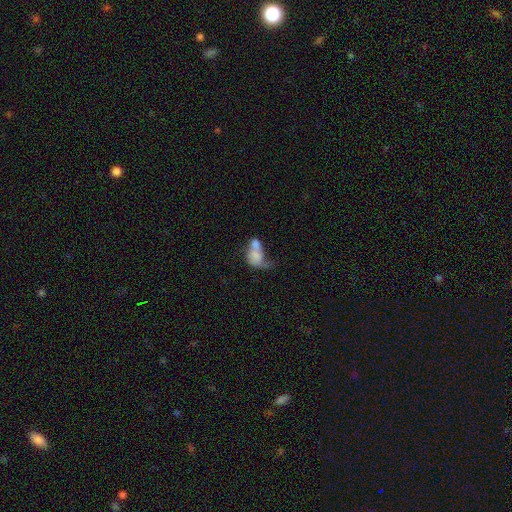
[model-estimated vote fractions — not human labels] Smooth or featured? smooth (59%)
How rounded? in between (75%)
Merging? merger (62%)